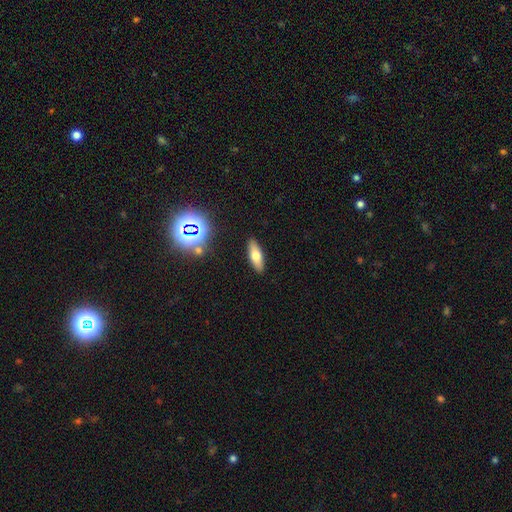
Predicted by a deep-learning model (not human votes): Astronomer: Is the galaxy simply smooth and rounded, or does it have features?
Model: smooth — 63%.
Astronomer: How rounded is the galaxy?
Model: in between — 57% (runner-up: cigar-shaped, 40%).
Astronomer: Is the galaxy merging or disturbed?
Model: none — 89%.